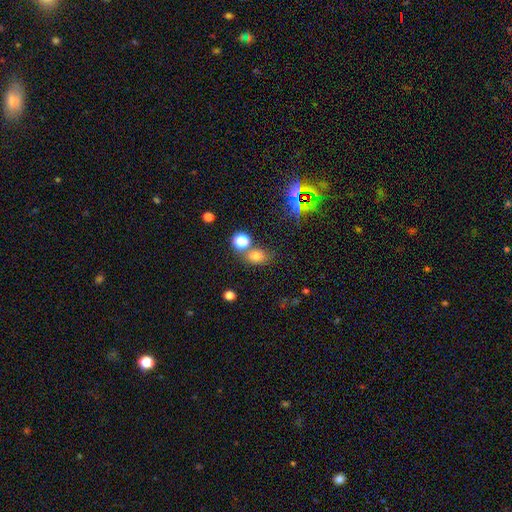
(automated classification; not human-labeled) Smooth or featured? smooth (72%)
How rounded? in between (58%)
Merging? none (60%)